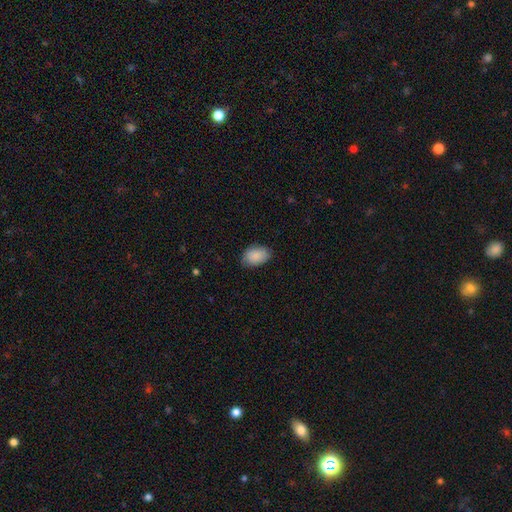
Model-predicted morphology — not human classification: Overall: smooth (88%). How rounded: in between (88%). Merging: none (78%).